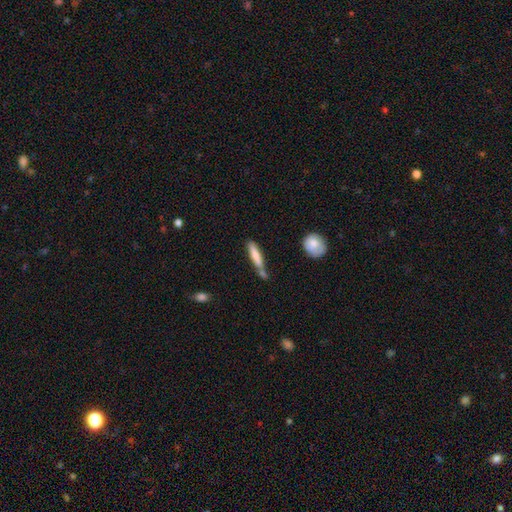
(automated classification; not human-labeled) This is likely a smooth galaxy (70%). How rounded: clearly cigar-shaped (87%). Merging: possibly none (53%).